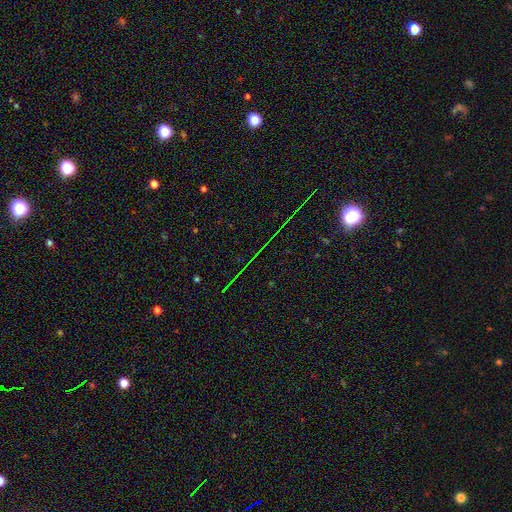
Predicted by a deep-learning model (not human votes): Smooth or featured? Predicted: star or artifact (p=0.82).